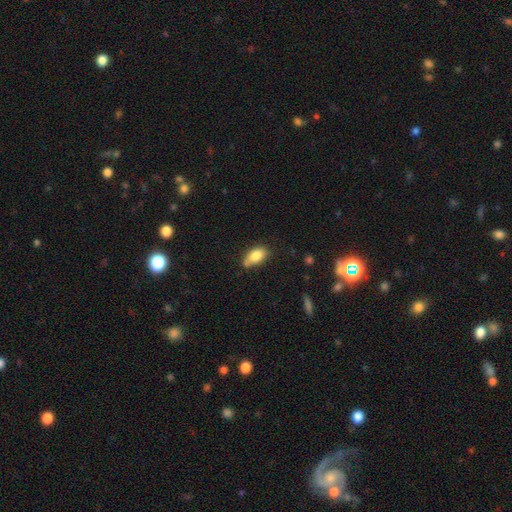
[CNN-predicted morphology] This appears to be a smooth galaxy with no disk features (82%) that is in between round and cigar-shaped (90%). Merging: none (56%).